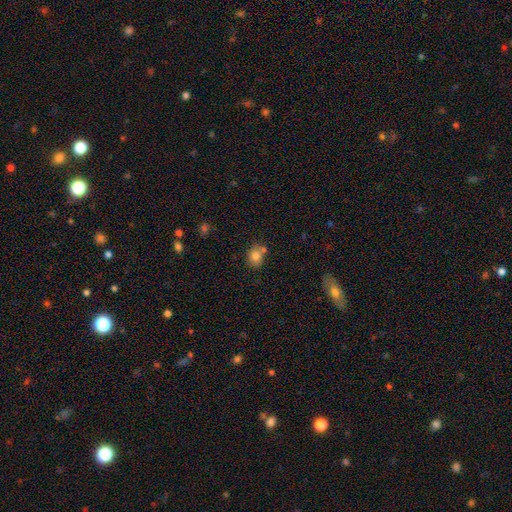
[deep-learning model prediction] A smooth galaxy with no disk features (80%) that is round (57%).

Vote fractions:
- Smooth or featured? smooth: 80% / star or artifact: 10% / featured or disk: 10%
- How rounded? round: 57% / in between: 42% / cigar-shaped: 1%
- Merging? none: 57% / merger: 23% / minor disturbance: 16% / major disturbance: 5%